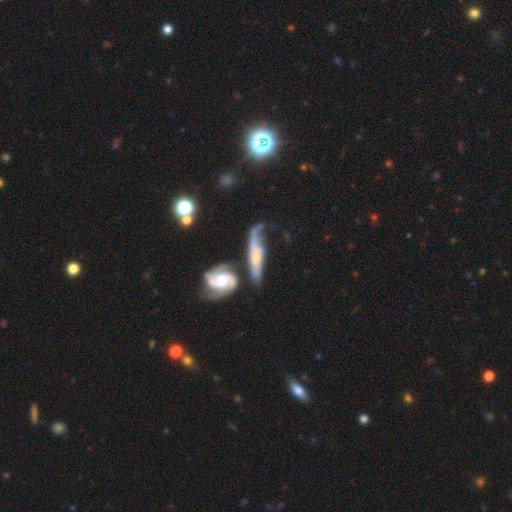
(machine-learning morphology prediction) type=featured or disk (67%); edge-on=no (74%); merging=merger (30%).